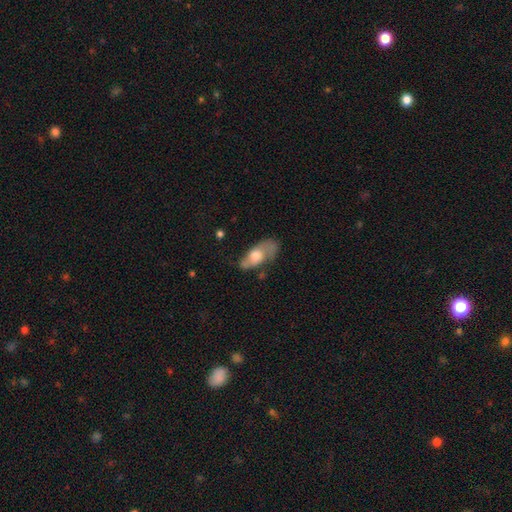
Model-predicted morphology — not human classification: smooth 53%, featured or disk 41%, star or artifact 7%. Down the decision tree: how rounded — in between (82%); merging — none (40%).